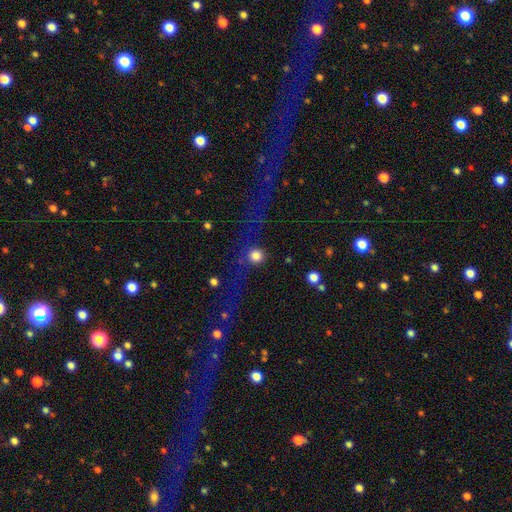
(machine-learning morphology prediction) A smooth galaxy with no disk features (82%) that is round (93%). Merging: none (73%).